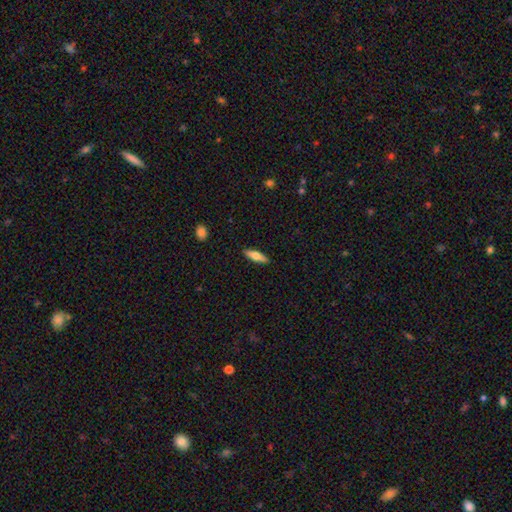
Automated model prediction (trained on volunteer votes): Smooth or featured? Predicted: smooth (p=0.58). How rounded? Predicted: cigar-shaped (p=0.64). Merging? Predicted: none (p=0.90).